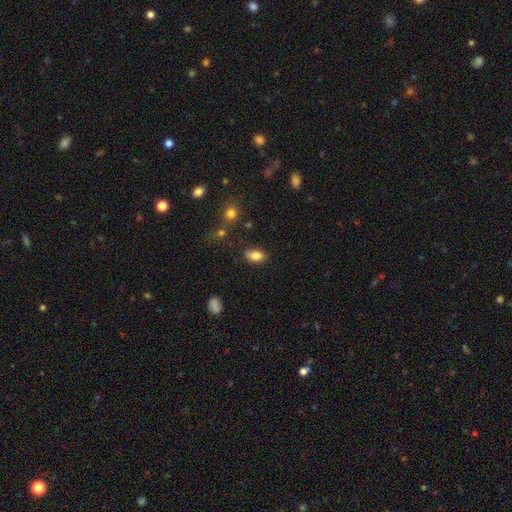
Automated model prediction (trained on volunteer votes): Morphology: type=smooth (85%); roundness=in between (89%); merging=none (80%).